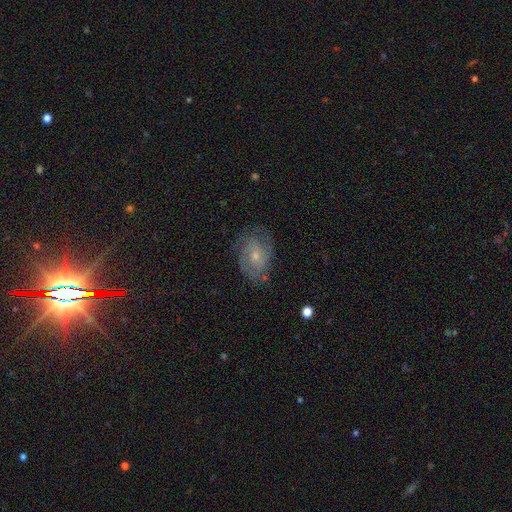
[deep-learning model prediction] Morphology: type=featured or disk (66%); edge-on=no (97%); bar=no (68%); spiral arms=yes (86%); winding=medium (43%); arm count=2 (52%); bulge=small (64%); merging=none (68%).